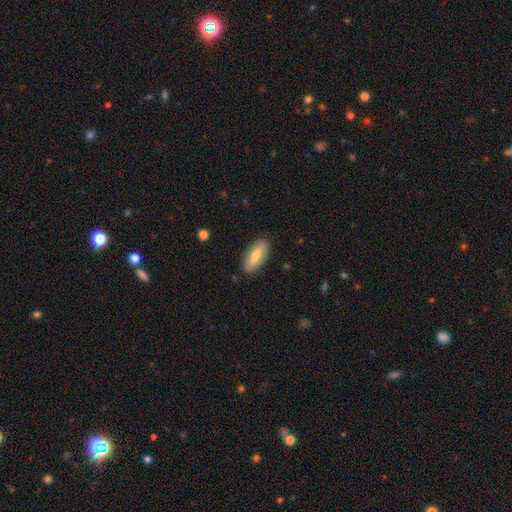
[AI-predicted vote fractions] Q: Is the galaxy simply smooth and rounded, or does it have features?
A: smooth — 67%.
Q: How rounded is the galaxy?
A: in between — 79%.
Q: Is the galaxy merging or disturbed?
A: none — 85%.